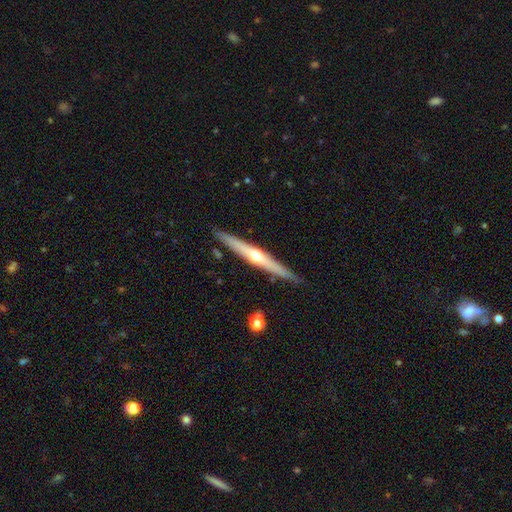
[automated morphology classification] smooth_or_featured: featured or disk (p=0.68) [alt: smooth p=0.26]
disk_edge_on: yes (p=0.97) [alt: no p=0.03]
edge_on_bulge: rounded (p=0.87) [alt: none p=0.09]
merging: none (p=0.89) [alt: minor disturbance p=0.08]